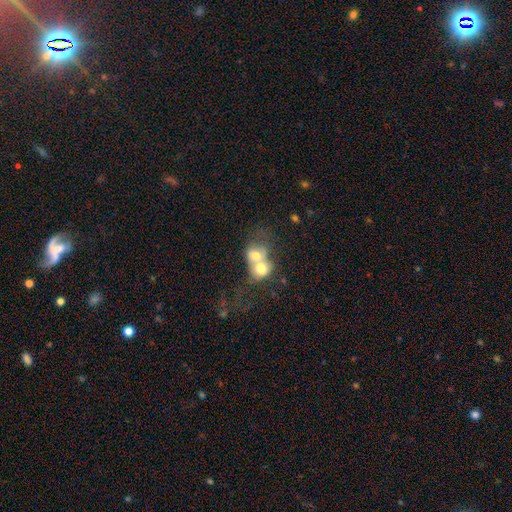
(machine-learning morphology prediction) The model was most divided on "how rounded": round: 60%, in between: 39%, cigar-shaped: 1%. More confident: merging — merger (78%); smooth or featured — smooth (65%).